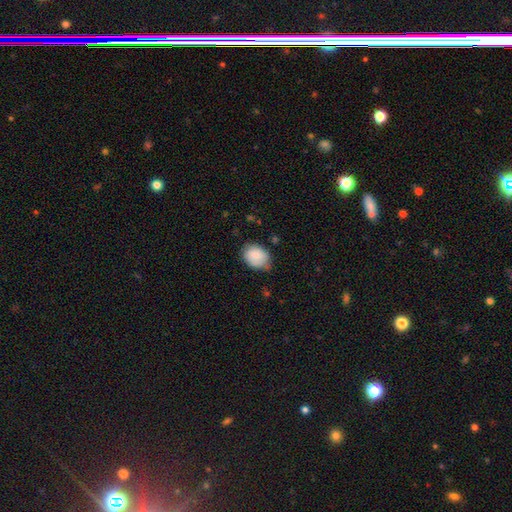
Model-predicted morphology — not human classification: smooth_or_featured: smooth (p=0.79) [alt: featured or disk p=0.14]
how_rounded: in between (p=0.64) [alt: round p=0.36]
merging: none (p=0.62) [alt: minor disturbance p=0.29]